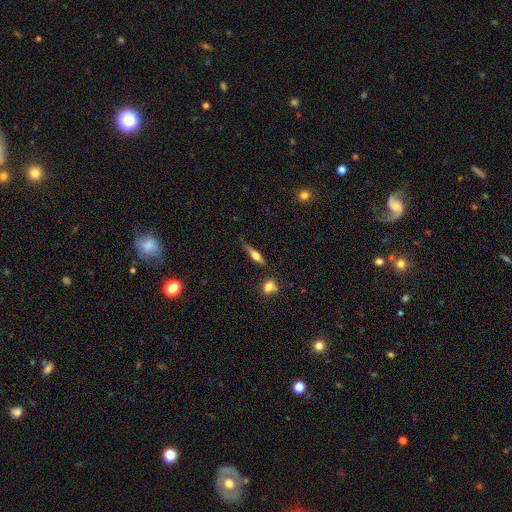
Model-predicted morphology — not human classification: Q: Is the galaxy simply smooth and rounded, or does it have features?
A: featured or disk — 54%.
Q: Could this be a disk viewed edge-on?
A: yes — 93%.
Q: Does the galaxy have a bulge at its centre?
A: rounded — 88%.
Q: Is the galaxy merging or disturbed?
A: none — 66%.